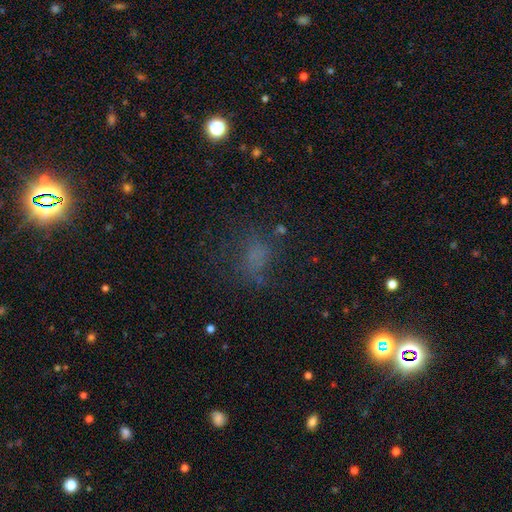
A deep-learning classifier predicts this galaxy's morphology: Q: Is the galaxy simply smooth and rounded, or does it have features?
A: smooth — 50%.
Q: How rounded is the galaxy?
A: in between — 53%.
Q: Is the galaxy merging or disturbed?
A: none — 57%.